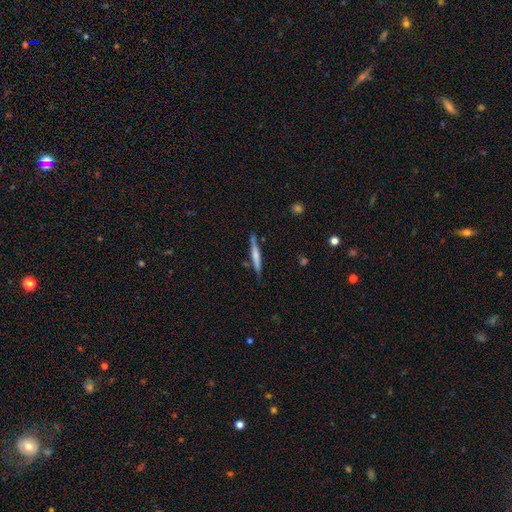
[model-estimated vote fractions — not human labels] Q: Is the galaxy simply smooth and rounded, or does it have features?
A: smooth — 51%.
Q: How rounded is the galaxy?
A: cigar-shaped — 94%.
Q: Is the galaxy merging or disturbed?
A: none — 81%.